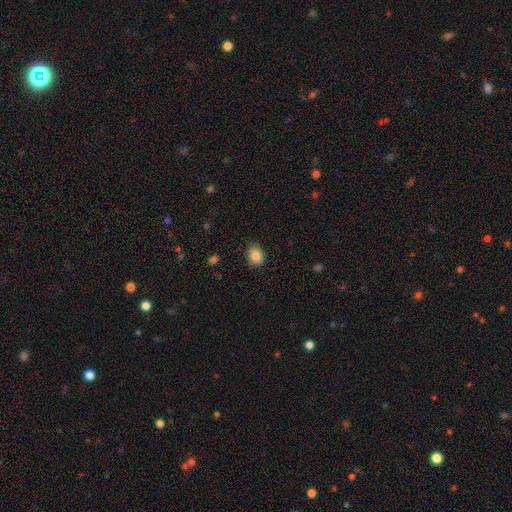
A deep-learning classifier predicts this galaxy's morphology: Smooth or featured: smooth — 87% (star or artifact — 9%)
How rounded: in between — 59% (round — 40%)
Merging: none — 78% (minor disturbance — 18%)